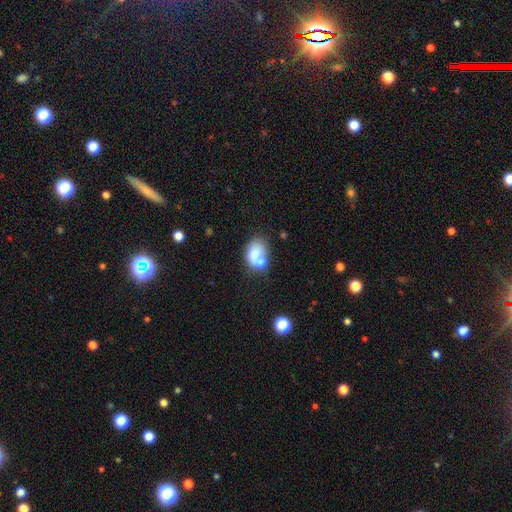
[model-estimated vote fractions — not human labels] Smooth or featured? smooth (69%)
How rounded? in between (70%)
Merging? merger (52%)